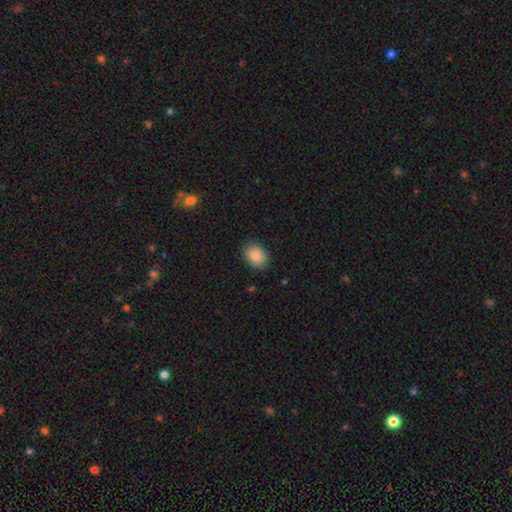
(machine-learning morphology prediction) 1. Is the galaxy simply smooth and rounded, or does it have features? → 89% smooth, 7% star or artifact, 4% featured or disk.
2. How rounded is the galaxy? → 67% in between, 32% round, 1% cigar-shaped.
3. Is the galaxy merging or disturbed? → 84% none, 12% minor disturbance, 3% major disturbance, 1% merger.